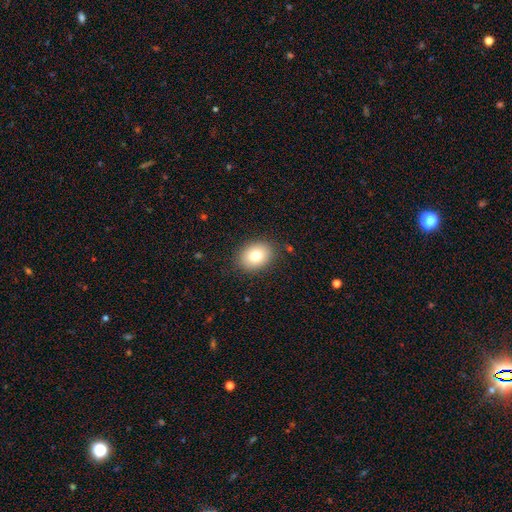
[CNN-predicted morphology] Overall: smooth (80%). How rounded: in between (57%; round 42%). Merging: none (86%).